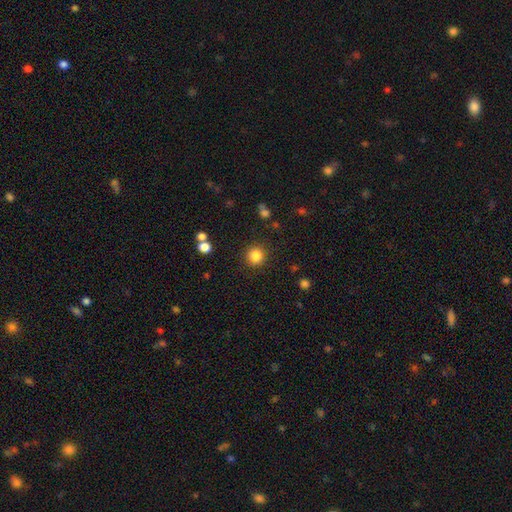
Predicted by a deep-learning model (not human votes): A smooth galaxy with no disk features (84%) that is round (91%). Merging: none (89%).